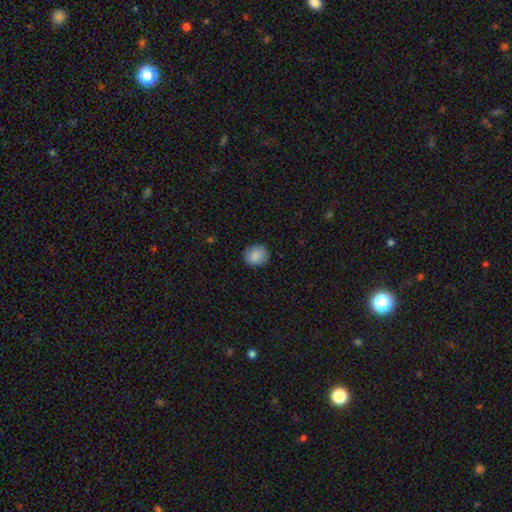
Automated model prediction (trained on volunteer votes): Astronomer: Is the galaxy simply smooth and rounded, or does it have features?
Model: smooth — 87%.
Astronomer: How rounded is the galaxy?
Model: round — 87%.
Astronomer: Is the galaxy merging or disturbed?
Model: none — 87%.